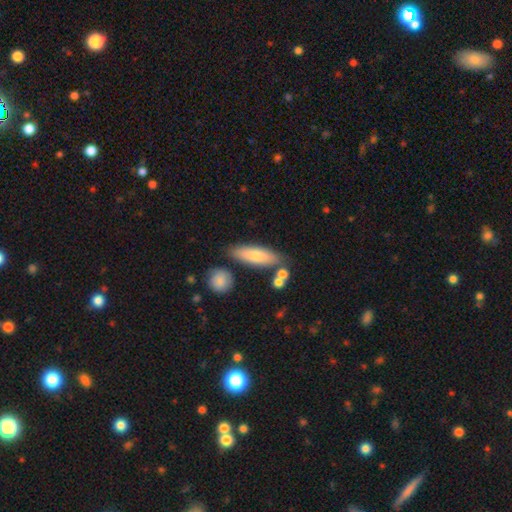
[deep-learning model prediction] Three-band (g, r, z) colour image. It shows a smooth galaxy with no disk features (75%) that is cigar-shaped (49%, tied with in between). Merging: none (75%).